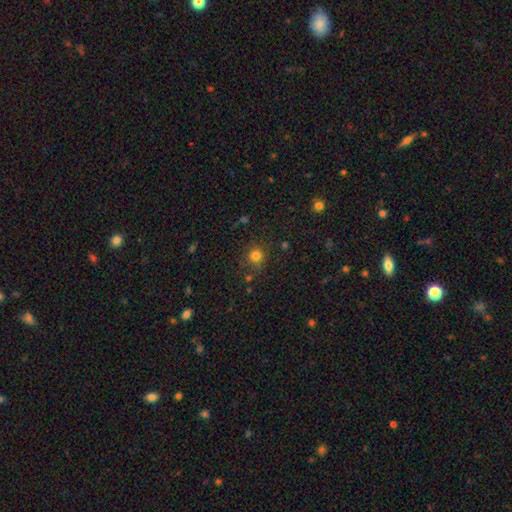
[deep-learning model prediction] This is likely a smooth galaxy (79%). How rounded: clearly round (92%). Merging: likely none (80%).